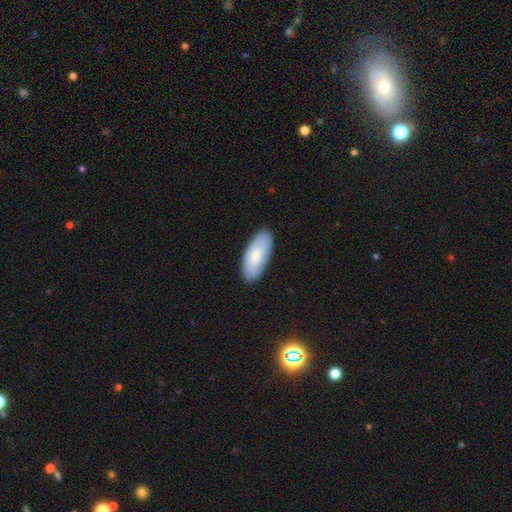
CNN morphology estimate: Q: Smooth or featured?
A: smooth (75%); runner-up: featured or disk (20%)
Q: How rounded?
A: in between (87%); runner-up: cigar-shaped (12%)
Q: Merging?
A: none (86%); runner-up: minor disturbance (11%)